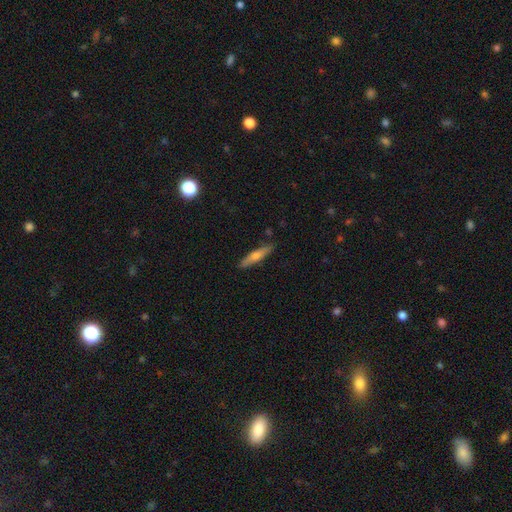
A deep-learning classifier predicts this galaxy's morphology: A smooth galaxy with no disk features (51%) that is cigar-shaped (87%).

Vote fractions:
- Smooth or featured? smooth: 51% / featured or disk: 43% / star or artifact: 6%
- How rounded? cigar-shaped: 87% / in between: 11% / round: 2%
- Merging? none: 88% / minor disturbance: 9% / major disturbance: 2% / merger: 2%